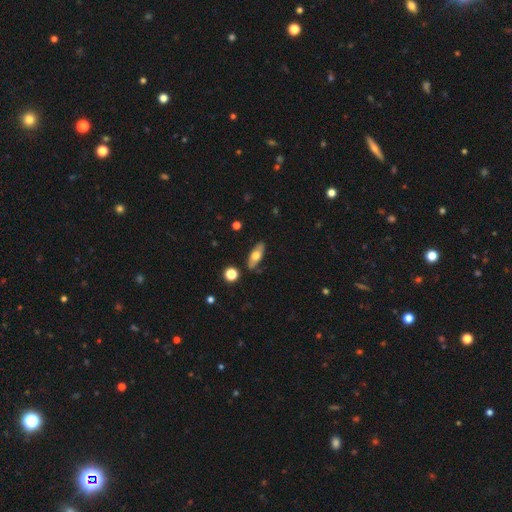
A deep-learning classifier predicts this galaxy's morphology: Overall: smooth (56%; featured or disk 37%). How rounded: in between (74%). Merging: none (81%).